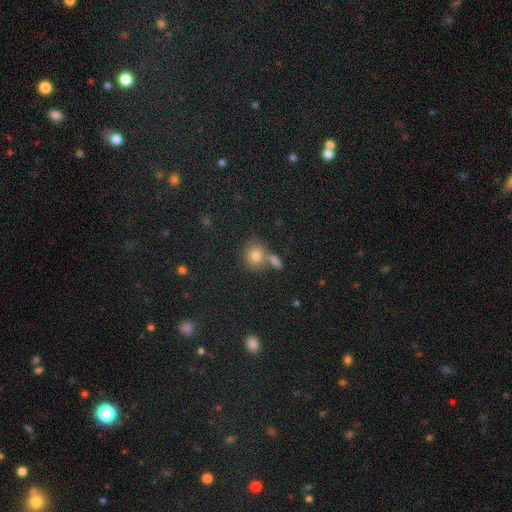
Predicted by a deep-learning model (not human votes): Morphology: type=smooth (76%); roundness=round (77%); merging=none (57%).